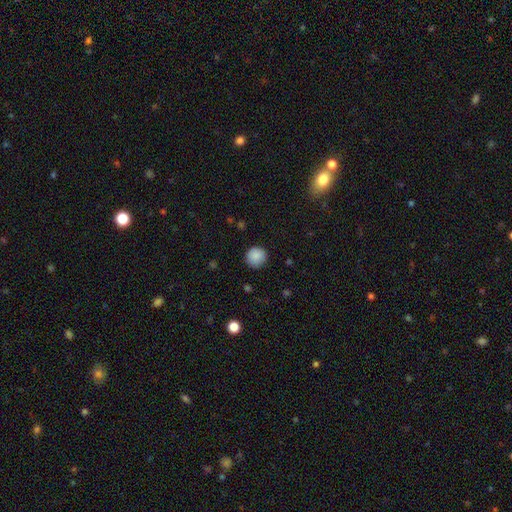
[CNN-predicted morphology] Smooth or featured? smooth (88%)
How rounded? round (94%)
Merging? none (89%)